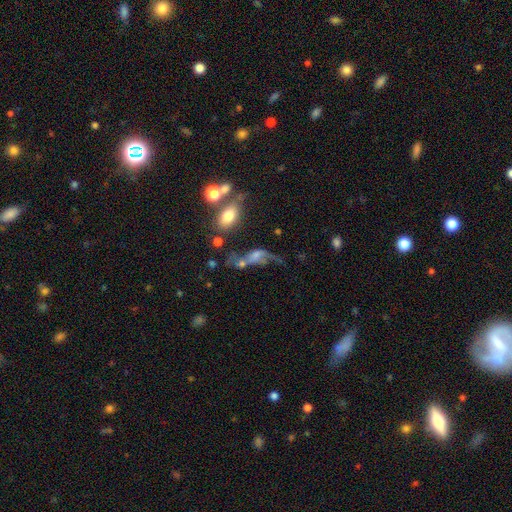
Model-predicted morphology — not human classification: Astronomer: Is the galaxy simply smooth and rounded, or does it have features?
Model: featured or disk — 52% (runner-up: smooth, 32%).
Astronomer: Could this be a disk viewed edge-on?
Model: no — 86%.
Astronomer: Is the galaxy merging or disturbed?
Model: none — 30% (runner-up: major disturbance, 29%).